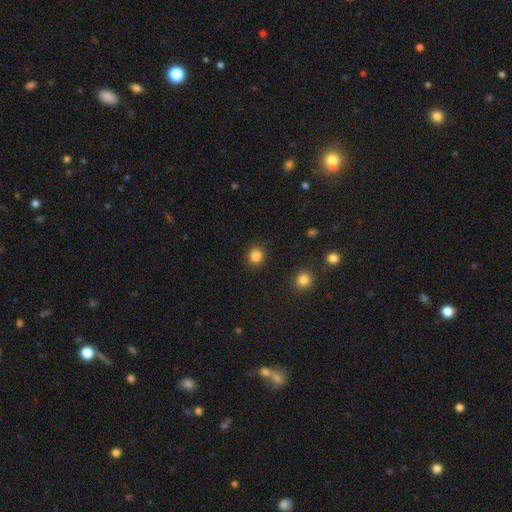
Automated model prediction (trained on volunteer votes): Smooth or featured: smooth — 84% (star or artifact — 12%)
How rounded: round — 92% (in between — 7%)
Merging: none — 90% (minor disturbance — 6%)